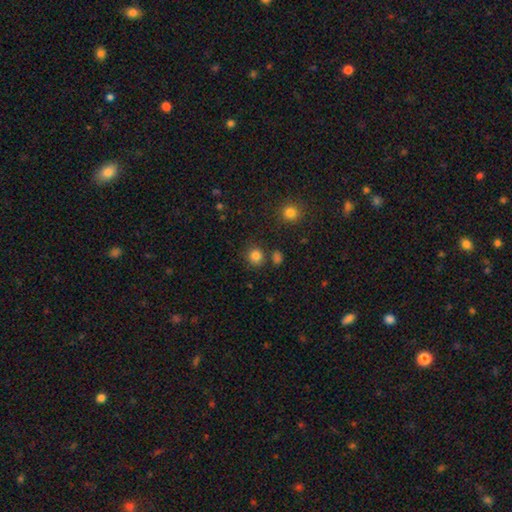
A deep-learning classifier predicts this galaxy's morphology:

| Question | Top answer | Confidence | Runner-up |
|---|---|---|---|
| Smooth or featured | smooth | 83% | star or artifact (13%) |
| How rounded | round | 89% | in between (10%) |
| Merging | none | 83% | minor disturbance (8%) |